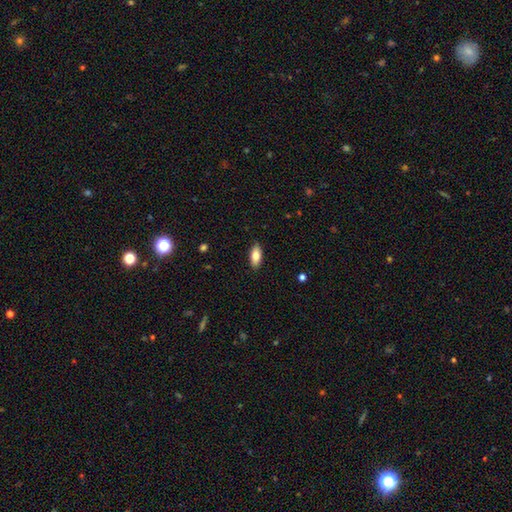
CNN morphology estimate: Overall: smooth (79%). How rounded: in between (84%). Merging: none (89%).